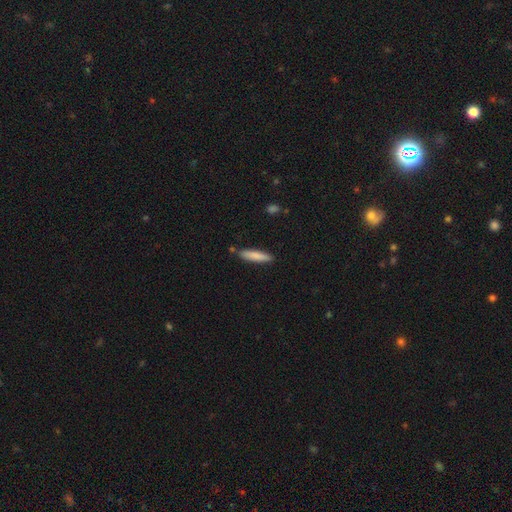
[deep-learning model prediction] Q: Smooth or featured?
A: smooth (81%); runner-up: featured or disk (13%)
Q: How rounded?
A: cigar-shaped (86%); runner-up: in between (13%)
Q: Merging?
A: none (84%); runner-up: minor disturbance (10%)